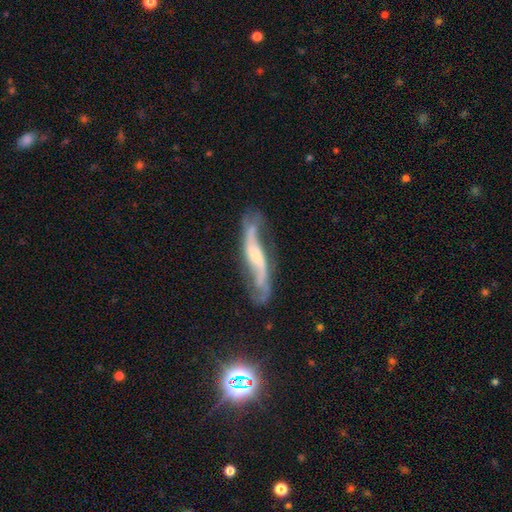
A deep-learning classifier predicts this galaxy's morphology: Smooth or featured: featured or disk — 81% (smooth — 11%)
Edge-on disk: no — 69% (yes — 31%)
Bar: weak — 38% (no — 36%)
Spiral arms: yes — 94% (no — 6%)
Spiral winding: loose — 71% (medium — 22%)
Spiral arm count: 2 — 89% (can't tell — 5%)
Bulge size: small — 47% (moderate — 35%)
Merging: none — 63% (minor disturbance — 21%)